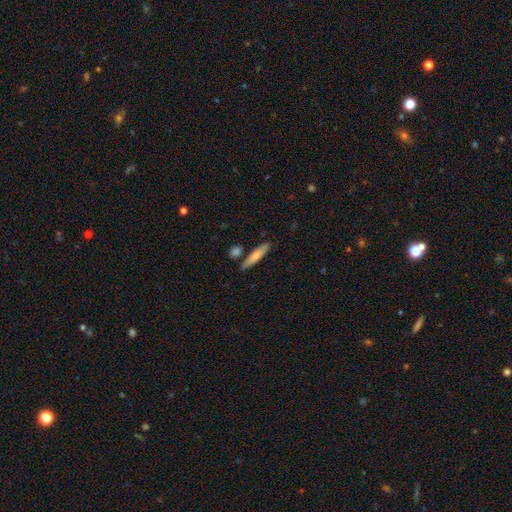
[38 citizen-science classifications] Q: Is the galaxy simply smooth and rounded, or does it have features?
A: smooth — 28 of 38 (74%).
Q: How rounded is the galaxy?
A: cigar-shaped — 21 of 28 (75%).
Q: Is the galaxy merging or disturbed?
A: none — 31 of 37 (84%).